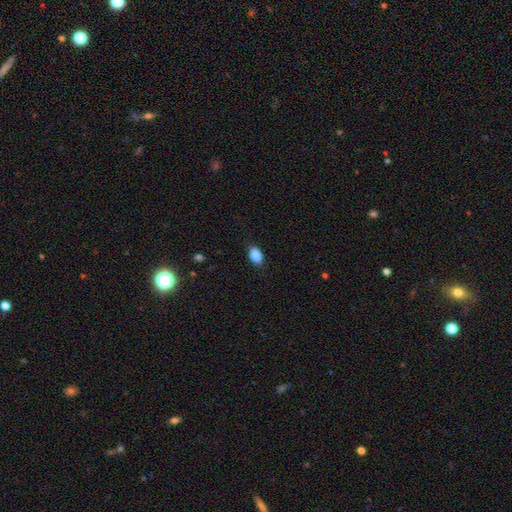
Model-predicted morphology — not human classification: This is clearly a smooth galaxy (89%). How rounded: clearly in between (88%). Merging: clearly none (81%).